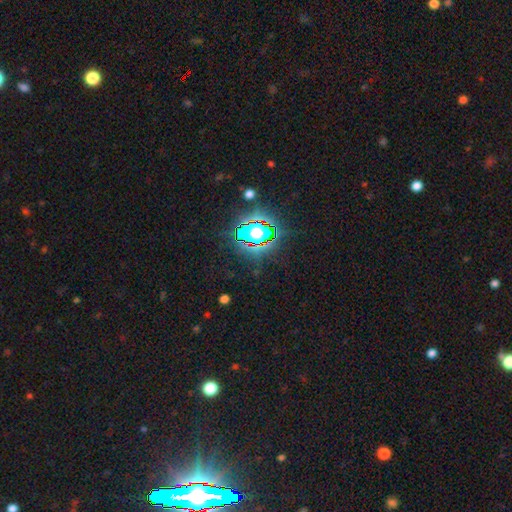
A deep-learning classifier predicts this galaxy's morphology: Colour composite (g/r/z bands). It shows a star or artifact, not a galaxy (80%).